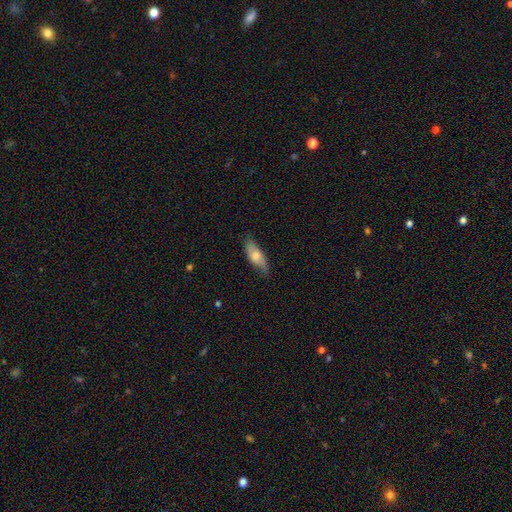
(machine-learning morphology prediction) A smooth galaxy with no disk features (64%) that is in between round and cigar-shaped (71%). Merging: none (71%).